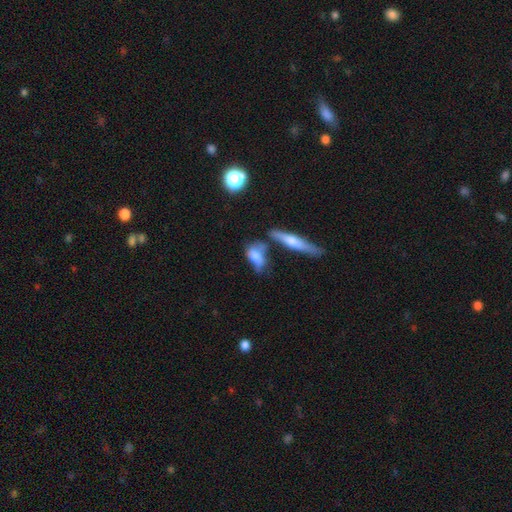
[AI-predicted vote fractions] The model was most divided on "merging": none: 34%, minor disturbance: 25%, merger: 24%, major disturbance: 16%. More confident: how rounded — in between (75%); smooth or featured — smooth (65%).